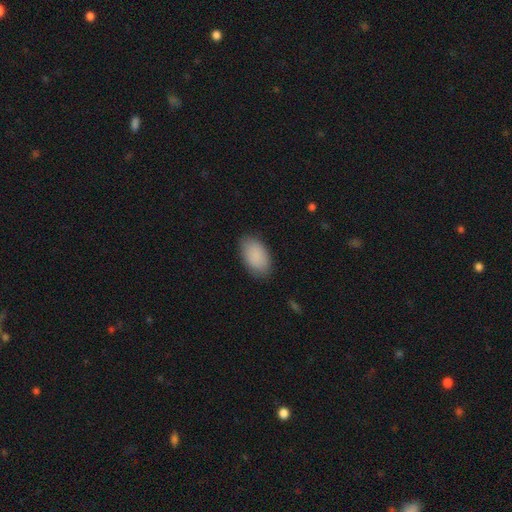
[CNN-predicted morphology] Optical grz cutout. It shows a smooth galaxy with no disk features (89%) that is in between round and cigar-shaped (94%). Merging: none (84%).